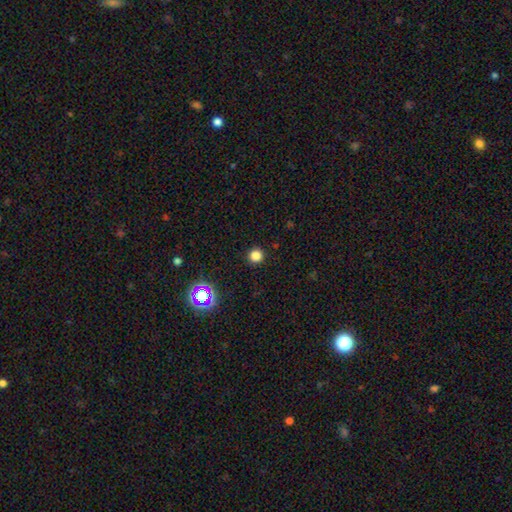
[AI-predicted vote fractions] This is likely a smooth galaxy (80%). How rounded: clearly round (95%). Merging: clearly none (92%).